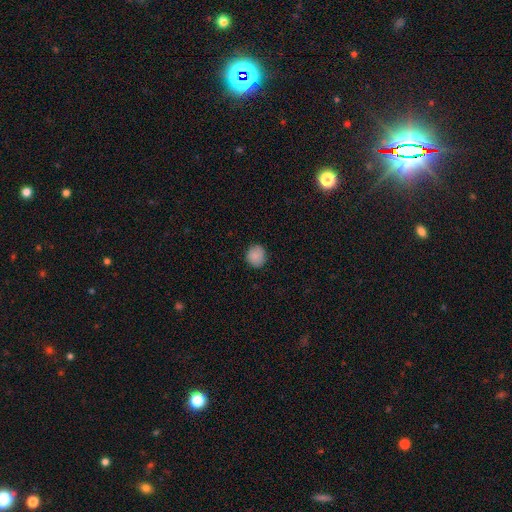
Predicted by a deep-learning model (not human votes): This appears to be a smooth galaxy with no disk features (87%) that is round (81%). Merging: none (85%).